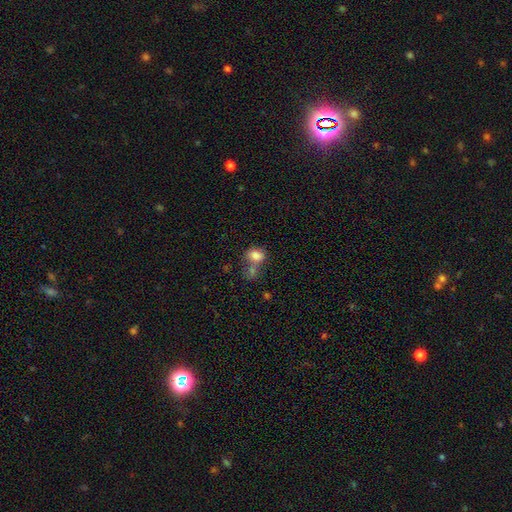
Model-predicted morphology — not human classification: This appears to be a smooth galaxy with no disk features (79%) that is in between round and cigar-shaped (69%). Merging: merger (46%).